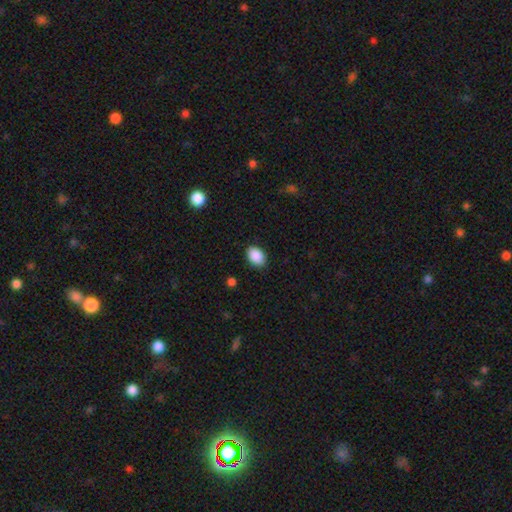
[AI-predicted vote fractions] smooth_or_featured: smooth (p=0.90) [alt: star or artifact p=0.07]
how_rounded: in between (p=0.83) [alt: round p=0.16]
merging: none (p=0.87) [alt: minor disturbance p=0.10]